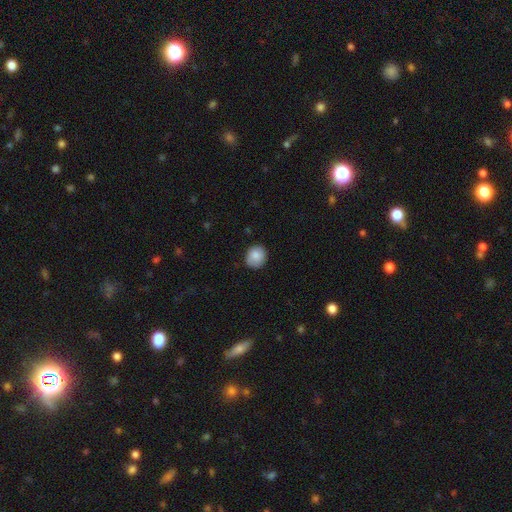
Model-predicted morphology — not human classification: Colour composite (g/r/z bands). It shows a smooth galaxy with no disk features (84%) that is round (79%). Merging: none (83%).